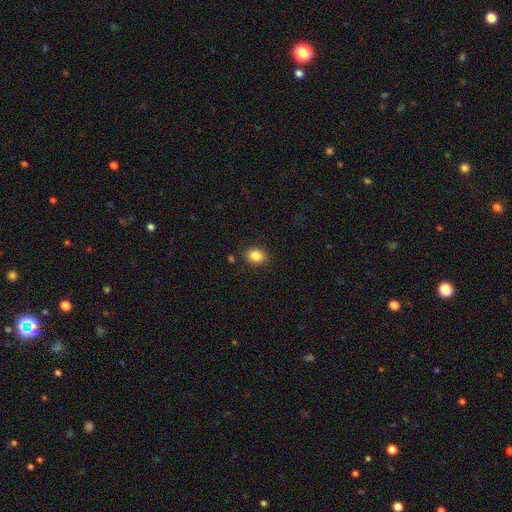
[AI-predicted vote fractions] A smooth galaxy with no disk features (85%) that is in between round and cigar-shaped (58%). Merging: none (86%).